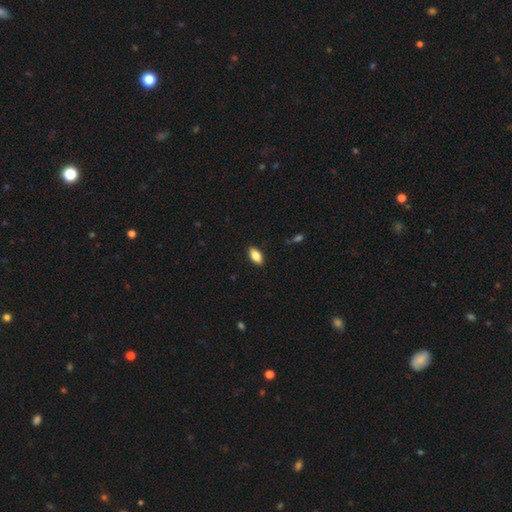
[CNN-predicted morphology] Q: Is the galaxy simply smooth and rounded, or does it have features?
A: smooth — 84%.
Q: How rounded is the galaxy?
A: in between — 91%.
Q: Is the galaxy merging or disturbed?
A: none — 89%.